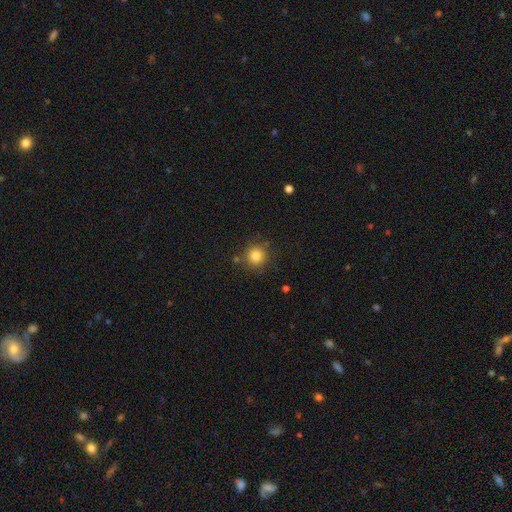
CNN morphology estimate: Smooth or featured? smooth (83%)
How rounded? round (93%)
Merging? none (82%)